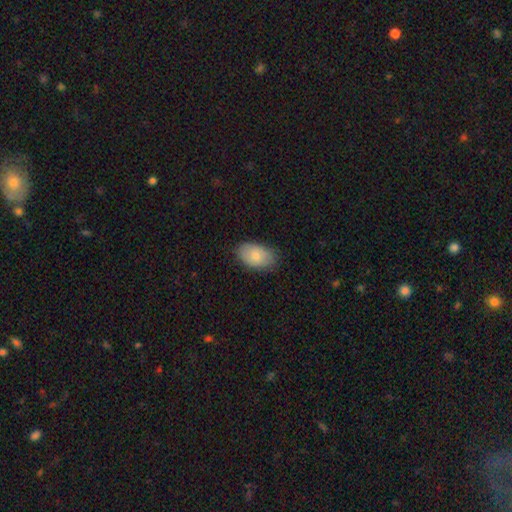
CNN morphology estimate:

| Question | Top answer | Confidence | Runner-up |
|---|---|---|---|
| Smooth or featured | smooth | 79% | featured or disk (14%) |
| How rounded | in between | 92% | round (6%) |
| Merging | none | 80% | minor disturbance (16%) |